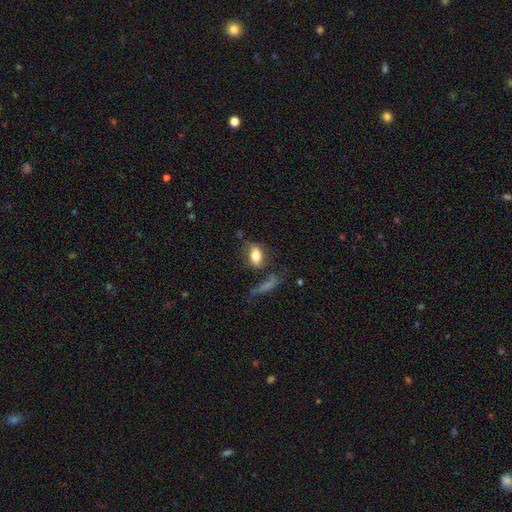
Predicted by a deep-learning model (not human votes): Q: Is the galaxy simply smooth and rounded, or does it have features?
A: smooth — 77%.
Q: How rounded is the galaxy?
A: in between — 83%.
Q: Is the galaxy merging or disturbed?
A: none — 56%.